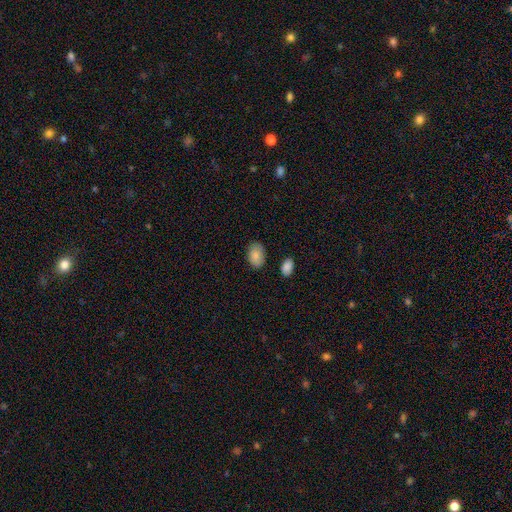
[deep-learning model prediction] Smooth or featured: smooth — 87% (star or artifact — 7%)
How rounded: in between — 90% (round — 9%)
Merging: none — 83% (minor disturbance — 11%)